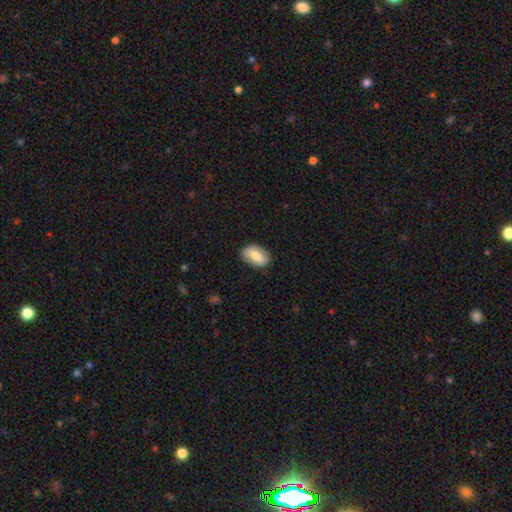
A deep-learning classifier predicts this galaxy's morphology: The model was most divided on "smooth or featured": smooth: 70%, featured or disk: 23%, star or artifact: 7%. More confident: how rounded — in between (89%); merging — none (81%).